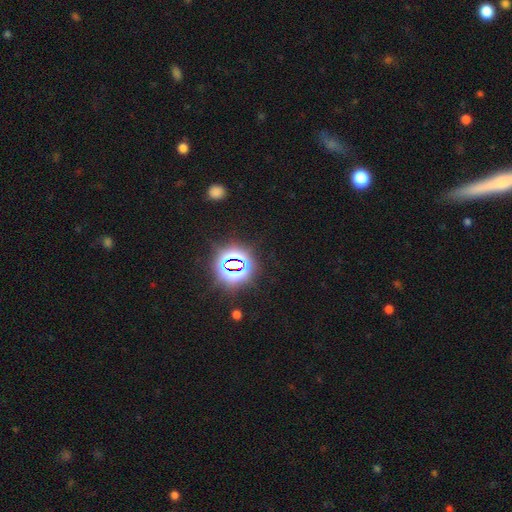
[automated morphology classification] Smooth or featured: star or artifact — 79% (smooth — 15%)